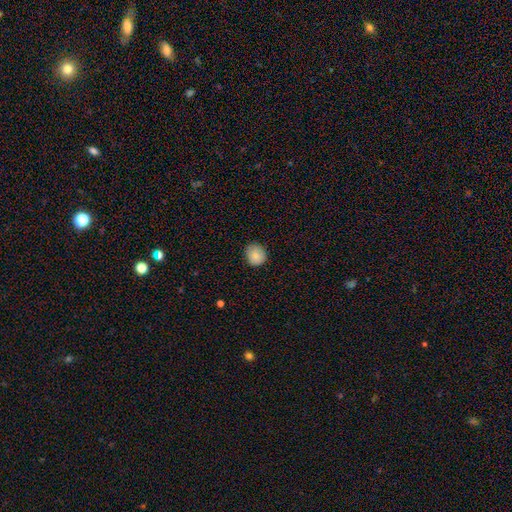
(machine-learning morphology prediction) smooth_or_featured: smooth (p=0.87) [alt: star or artifact p=0.08]
how_rounded: round (p=0.84) [alt: in between p=0.16]
merging: none (p=0.83) [alt: minor disturbance p=0.14]